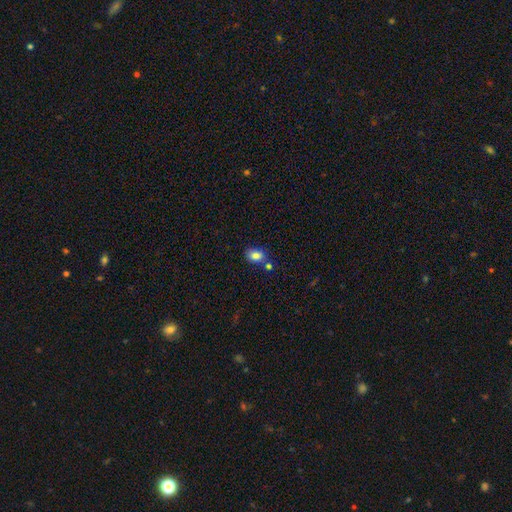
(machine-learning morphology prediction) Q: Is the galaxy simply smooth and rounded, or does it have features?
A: smooth — 83%.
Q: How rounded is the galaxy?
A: in between — 76%.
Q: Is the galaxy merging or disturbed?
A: none — 66%.